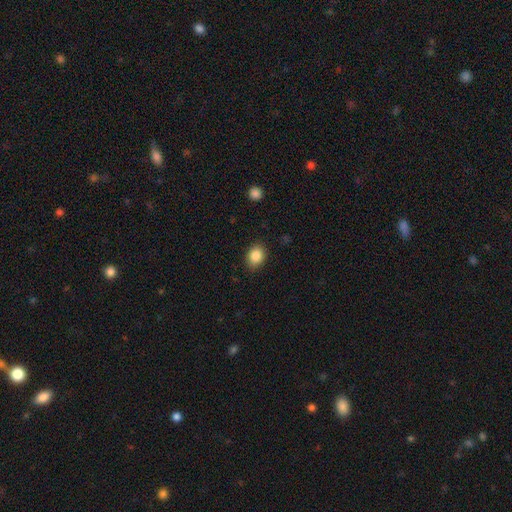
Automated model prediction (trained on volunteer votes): Smooth or featured? Predicted: smooth (p=0.86). How rounded? Predicted: in between (p=0.63). Merging? Predicted: none (p=0.86).